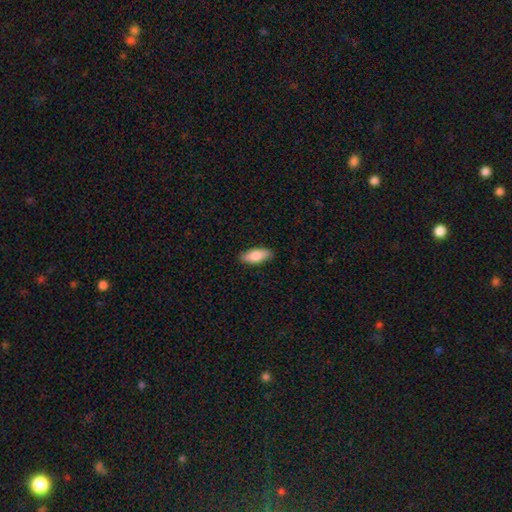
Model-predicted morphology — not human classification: Q: Smooth or featured?
A: smooth (81%); runner-up: featured or disk (14%)
Q: How rounded?
A: in between (81%); runner-up: cigar-shaped (17%)
Q: Merging?
A: none (88%); runner-up: minor disturbance (9%)